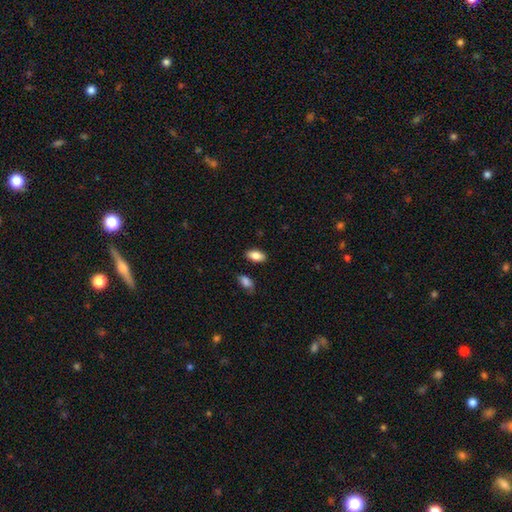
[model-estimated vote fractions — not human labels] The model was most divided on "merging": none: 86%, minor disturbance: 10%, merger: 2%, major disturbance: 2%. More confident: how rounded — in between (92%); smooth or featured — smooth (86%).